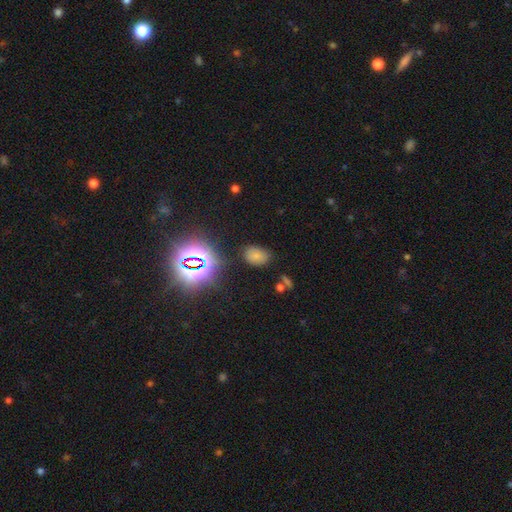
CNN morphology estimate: Smooth or featured?
  - smooth: 67% *
  - star or artifact: 25%
  - featured or disk: 8%
How rounded?
  - in between: 81% *
  - round: 18%
  - cigar-shaped: 1%
Merging?
  - none: 78% *
  - minor disturbance: 15%
  - major disturbance: 4%
  - merger: 3%